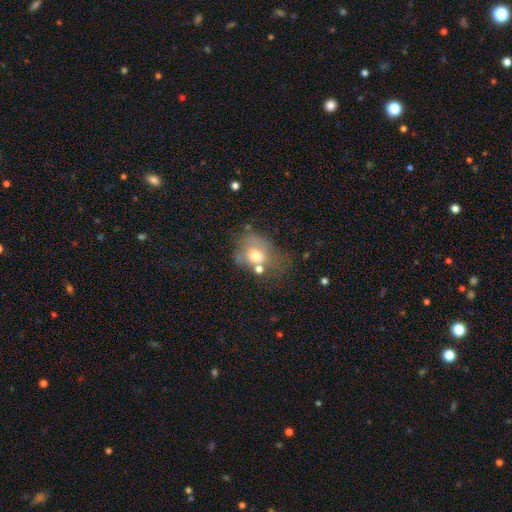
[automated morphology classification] The model was most divided on "how rounded": round: 50%, in between: 49%, cigar-shaped: 1%. Remaining: smooth or featured — smooth (61%); merging — none (29%).